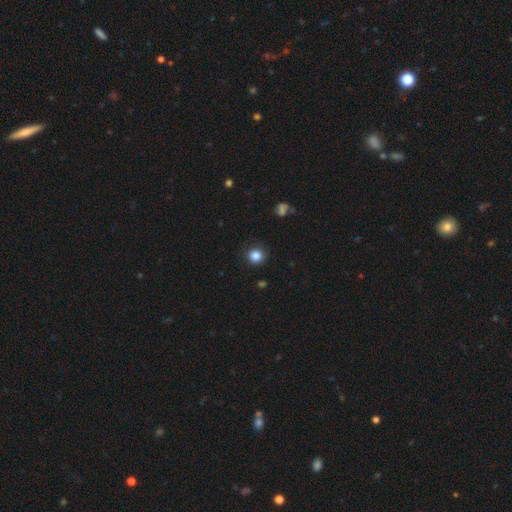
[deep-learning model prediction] This appears to be a smooth galaxy with no disk features (84%) that is round (92%). Merging: none (89%).